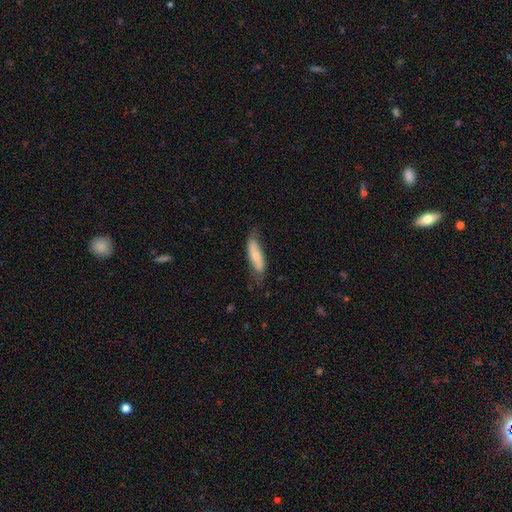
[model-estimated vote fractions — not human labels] Smooth or featured: smooth — 57% (featured or disk — 37%)
How rounded: cigar-shaped — 60% (in between — 38%)
Merging: none — 64% (minor disturbance — 27%)